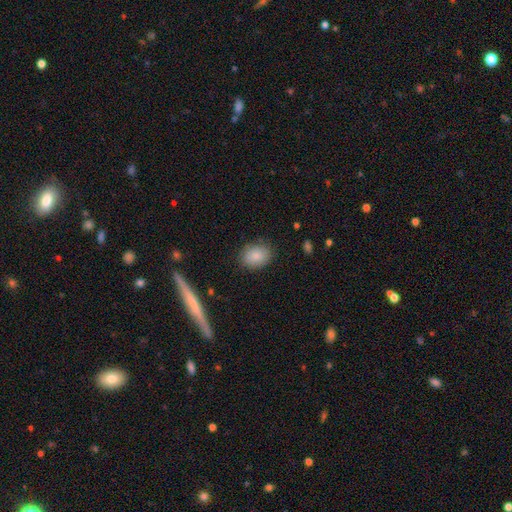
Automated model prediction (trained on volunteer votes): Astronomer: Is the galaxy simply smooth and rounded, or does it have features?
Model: smooth — 86%.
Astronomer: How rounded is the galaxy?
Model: in between — 65%.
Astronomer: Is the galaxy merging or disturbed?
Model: none — 84%.